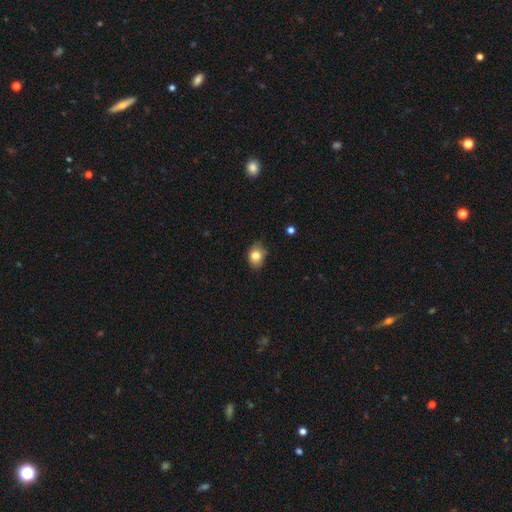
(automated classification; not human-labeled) smooth 82%, star or artifact 9%, featured or disk 9%. Down the decision tree: how rounded — in between (57%); merging — none (72%).